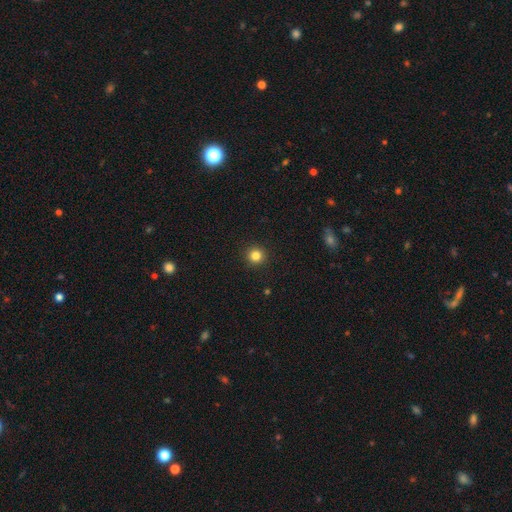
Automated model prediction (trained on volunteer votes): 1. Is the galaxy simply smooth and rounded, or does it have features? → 83% smooth, 12% star or artifact, 5% featured or disk.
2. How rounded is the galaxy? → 95% round, 4% in between, 1% cigar-shaped.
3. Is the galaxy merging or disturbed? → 93% none, 4% minor disturbance, 2% major disturbance, 1% merger.